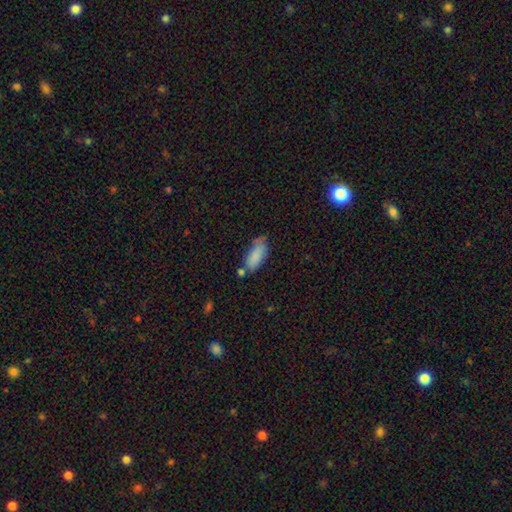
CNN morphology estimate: Smooth or featured? smooth (83%)
How rounded? in between (79%)
Merging? none (53%)